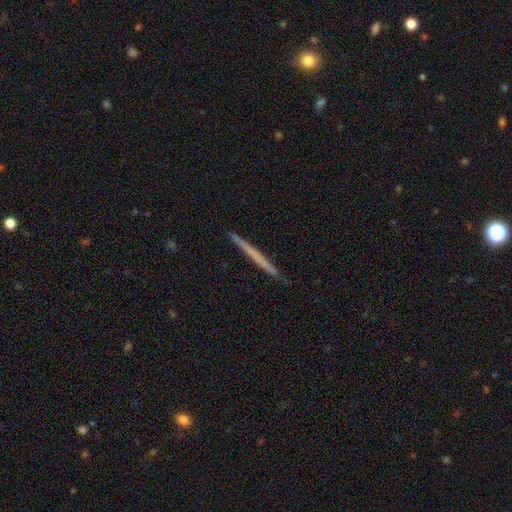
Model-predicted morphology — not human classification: type=featured or disk (50%); merging=none (92%).